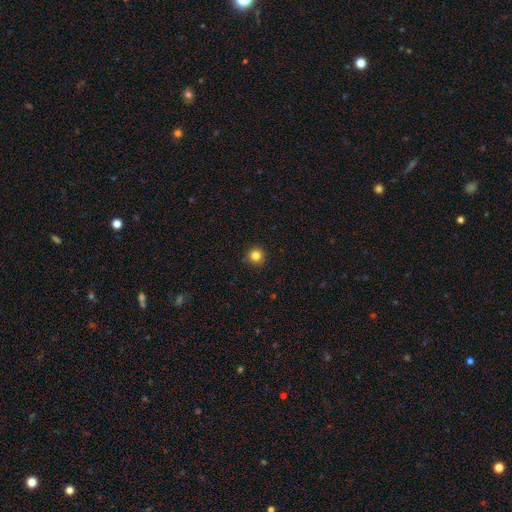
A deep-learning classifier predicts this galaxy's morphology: This appears to be a smooth galaxy with no disk features (83%) that is round (95%). Merging: none (91%).